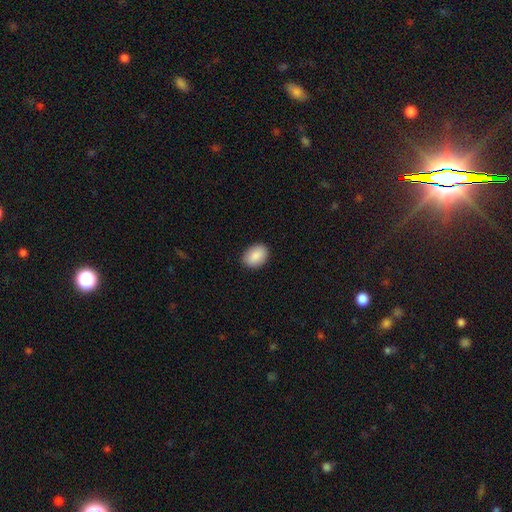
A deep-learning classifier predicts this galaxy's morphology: This appears to be a smooth galaxy with no disk features (90%) that is in between round and cigar-shaped (82%). Merging: none (89%).